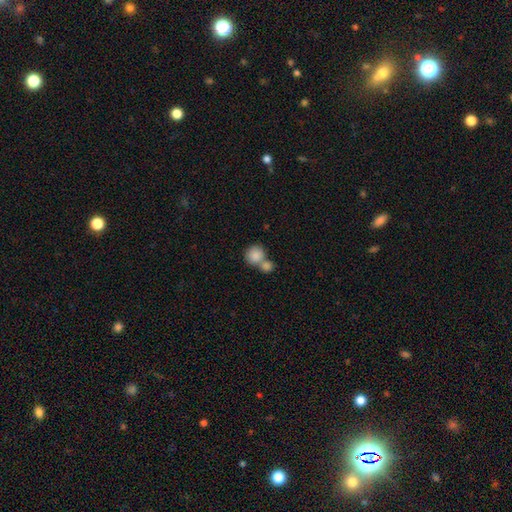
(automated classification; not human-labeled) This is clearly a smooth galaxy (85%). How rounded: clearly round (85%). Merging: possibly merger (55%).